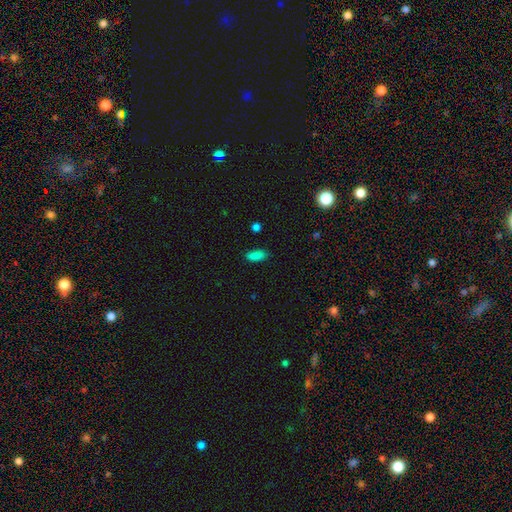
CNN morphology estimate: Smooth or featured? smooth (87%)
How rounded? in between (81%)
Merging? none (83%)